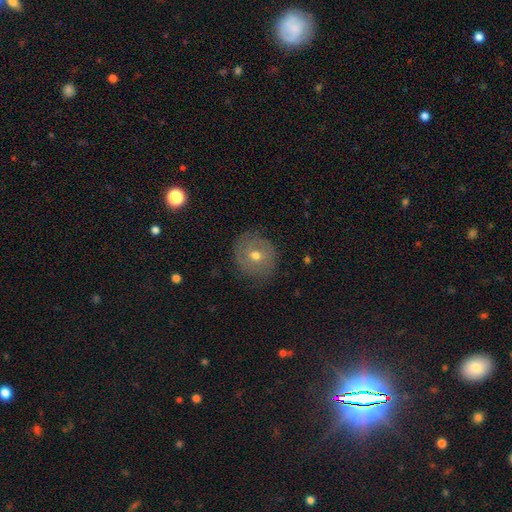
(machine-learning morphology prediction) Smooth or featured? Predicted: featured or disk (p=0.54). Edge-on disk? Predicted: no (p=0.95). Bar? Predicted: no (p=0.69). Spiral arms? Predicted: yes (p=0.67). Bulge size? Predicted: moderate (p=0.64). Merging? Predicted: none (p=0.80).